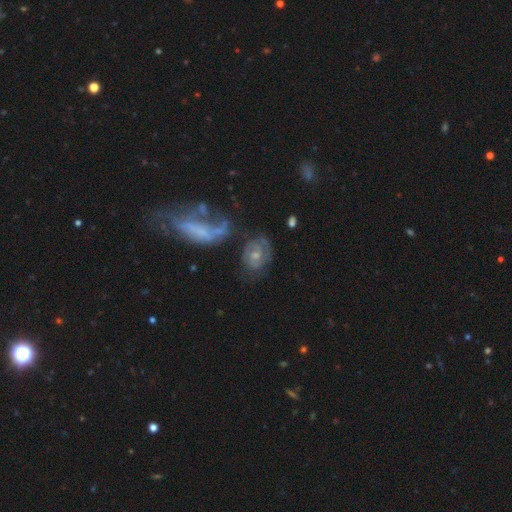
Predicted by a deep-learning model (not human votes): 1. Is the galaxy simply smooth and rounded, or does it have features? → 64% featured or disk, 29% smooth, 8% star or artifact.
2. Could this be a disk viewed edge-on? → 95% no, 5% yes.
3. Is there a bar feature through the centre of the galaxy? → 70% no, 24% weak, 6% strong.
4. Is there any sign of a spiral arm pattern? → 62% yes, 38% no.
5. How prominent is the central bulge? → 53% moderate, 36% small, 6% none, 4% large, 1% dominant.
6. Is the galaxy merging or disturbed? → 54% none, 22% minor disturbance, 15% major disturbance, 10% merger.